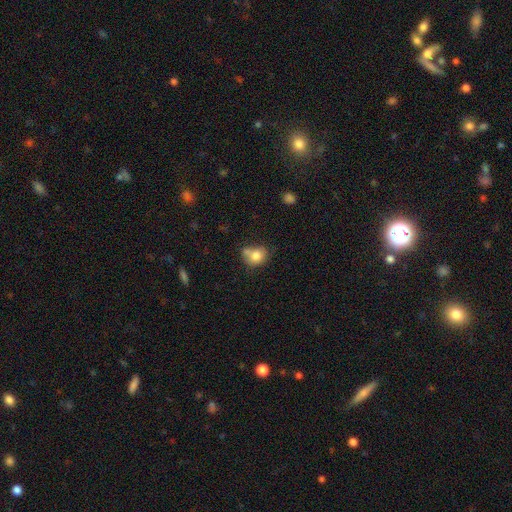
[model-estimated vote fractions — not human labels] Smooth or featured? smooth (77%)
How rounded? round (61%)
Merging? none (44%)